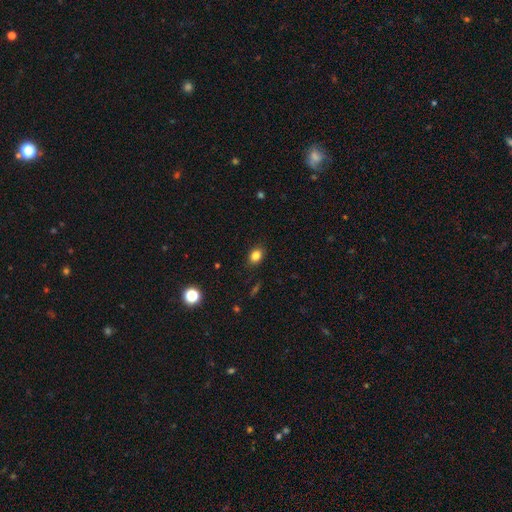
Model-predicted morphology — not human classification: Smooth or featured? Predicted: smooth (p=0.83). How rounded? Predicted: in between (p=0.63). Merging? Predicted: none (p=0.86).